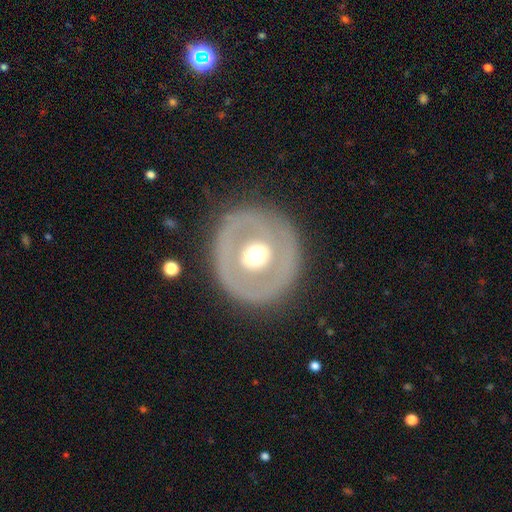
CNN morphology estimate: This appears to be a featured or disk galaxy (57%) with no bar (66%), no spiral arms (86%) and a moderate central bulge (67%). Merging: none (82%).